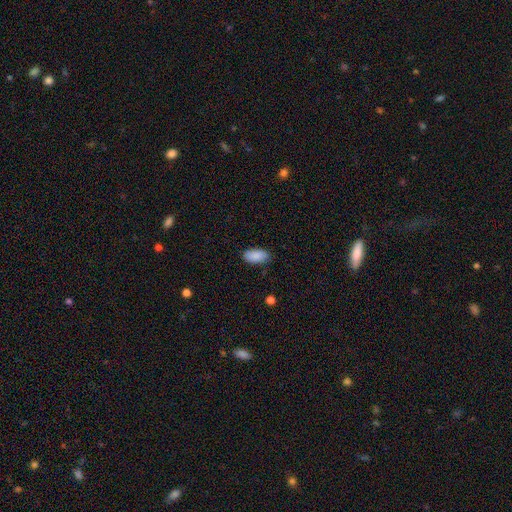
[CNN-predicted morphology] smooth_or_featured: smooth (p=0.89) [alt: star or artifact p=0.07]
how_rounded: in between (p=0.93) [alt: cigar-shaped p=0.05]
merging: none (p=0.85) [alt: minor disturbance p=0.12]